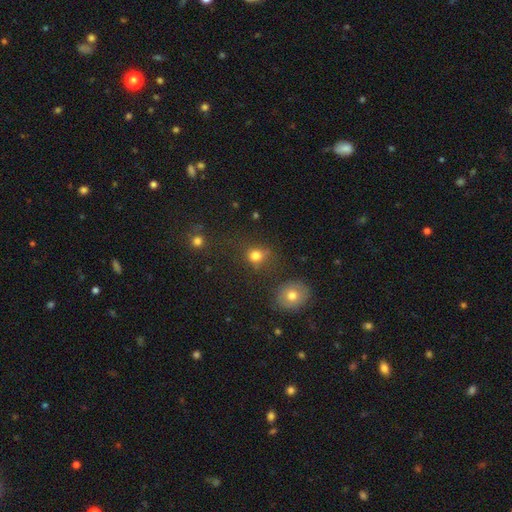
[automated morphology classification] Smooth or featured? smooth (77%)
How rounded? round (79%)
Merging? none (67%)